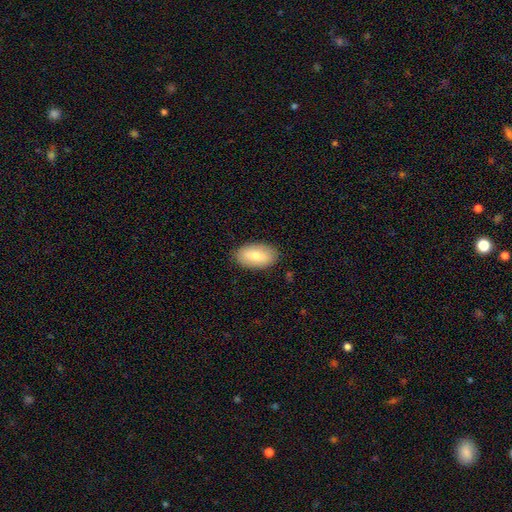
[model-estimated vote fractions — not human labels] This appears to be a smooth galaxy with no disk features (74%) that is in between round and cigar-shaped (94%). Merging: none (86%).